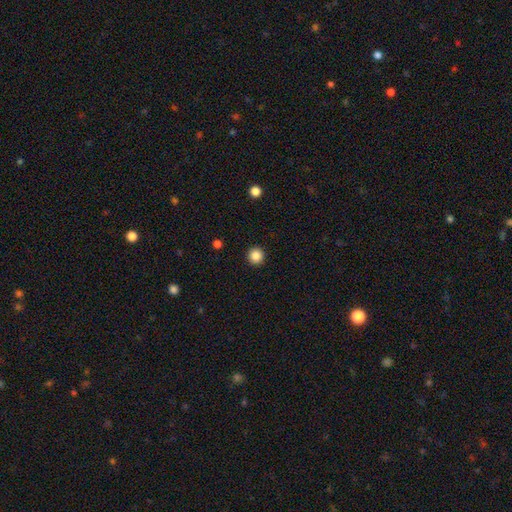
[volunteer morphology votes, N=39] type=smooth (85%); roundness=round (97%); merging=none (86%).